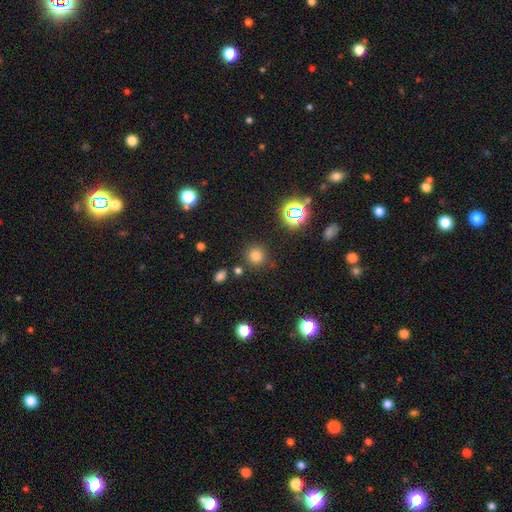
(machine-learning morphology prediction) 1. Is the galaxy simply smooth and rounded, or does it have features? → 74% smooth, 20% star or artifact, 6% featured or disk.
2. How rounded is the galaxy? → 91% round, 8% in between, 1% cigar-shaped.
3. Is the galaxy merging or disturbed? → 83% none, 9% minor disturbance, 5% merger, 4% major disturbance.